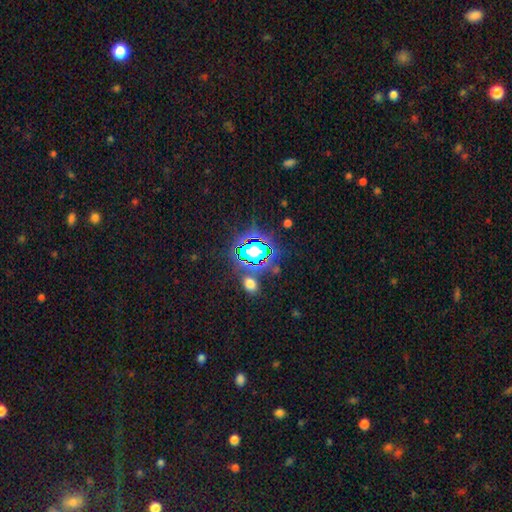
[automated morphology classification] smooth-or-featured: star or artifact: 64% | smooth: 25% | featured or disk: 11%